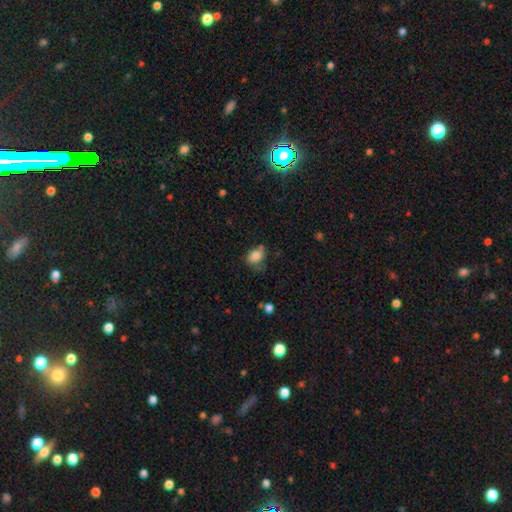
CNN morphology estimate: This is clearly a smooth galaxy (80%). How rounded: likely in between (68%). Merging: possibly none (47%).